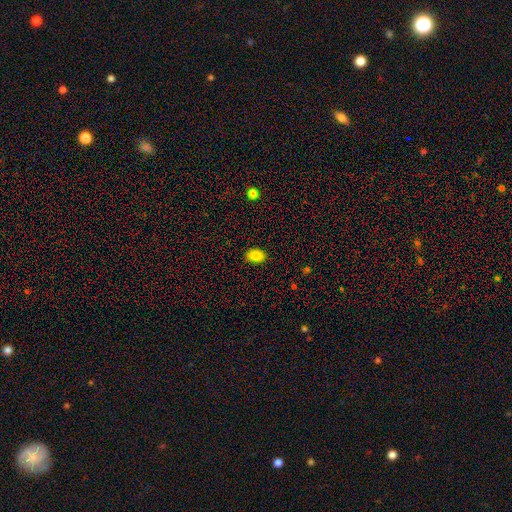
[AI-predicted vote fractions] Smooth or featured?
  - smooth: 86% *
  - star or artifact: 9%
  - featured or disk: 5%
How rounded?
  - in between: 82% *
  - round: 17%
  - cigar-shaped: 1%
Merging?
  - none: 86% *
  - minor disturbance: 11%
  - major disturbance: 2%
  - merger: 1%